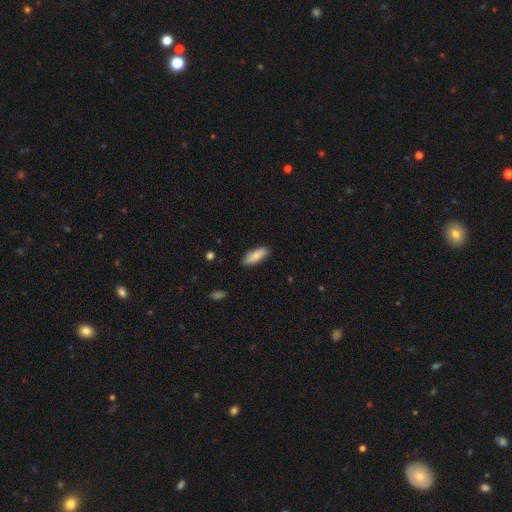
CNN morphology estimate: Q: Smooth or featured?
A: smooth (82%); runner-up: featured or disk (12%)
Q: How rounded?
A: in between (70%); runner-up: cigar-shaped (28%)
Q: Merging?
A: none (87%); runner-up: minor disturbance (10%)